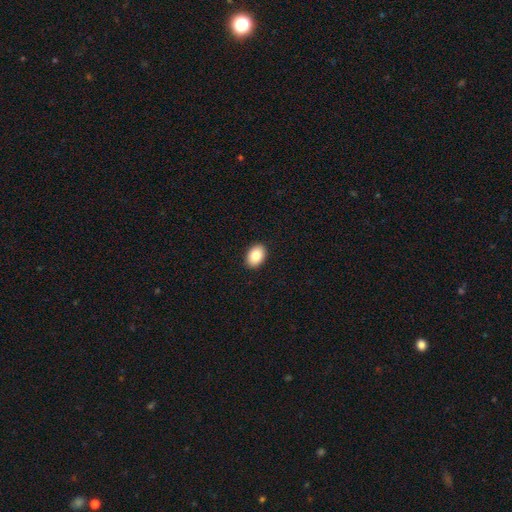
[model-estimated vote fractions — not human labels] Smooth or featured: smooth — 85% (star or artifact — 7%)
How rounded: in between — 83% (round — 16%)
Merging: none — 91% (minor disturbance — 6%)